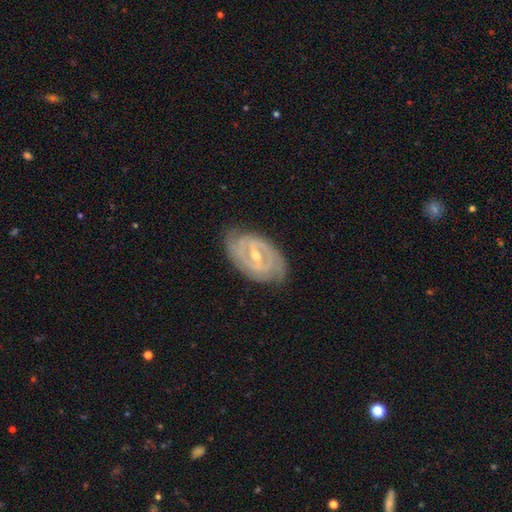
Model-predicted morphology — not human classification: Smooth or featured? Predicted: featured or disk (p=0.88). Edge-on disk? Predicted: no (p=0.95). Bar? Predicted: weak (p=0.44). Spiral arms? Predicted: yes (p=0.95). Spiral winding? Predicted: tight (p=0.69). Spiral arm count? Predicted: 2 (p=0.69). Bulge size? Predicted: moderate (p=0.49). Merging? Predicted: none (p=0.79).